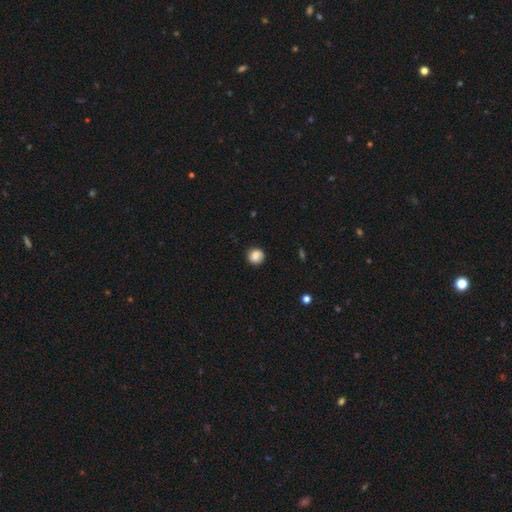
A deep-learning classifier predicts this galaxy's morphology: smooth 82%, star or artifact 9%, featured or disk 9%. Down the decision tree: how rounded — round (88%); merging — none (84%).